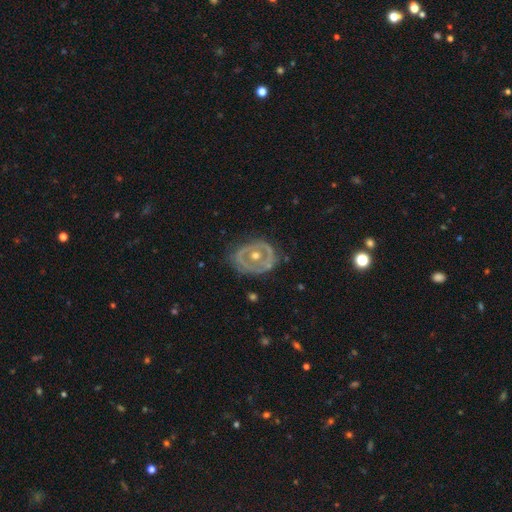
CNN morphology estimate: This appears to be a featured or disk galaxy (70%) with no bar (80%), no spiral arms (82%) and a moderate central bulge (72%). Merging: none (76%).